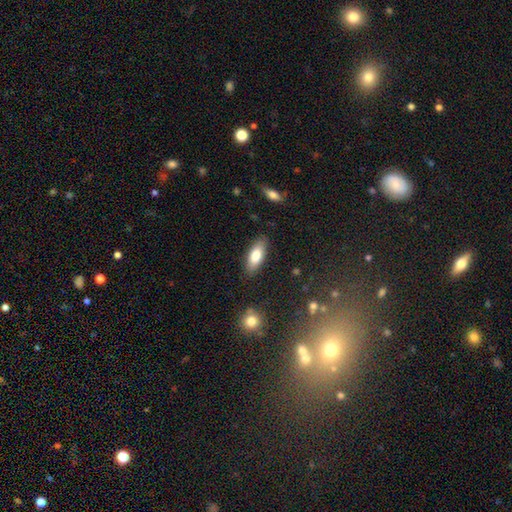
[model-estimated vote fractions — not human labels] A smooth galaxy with no disk features (79%) that is in between round and cigar-shaped (76%). Merging: none (85%).